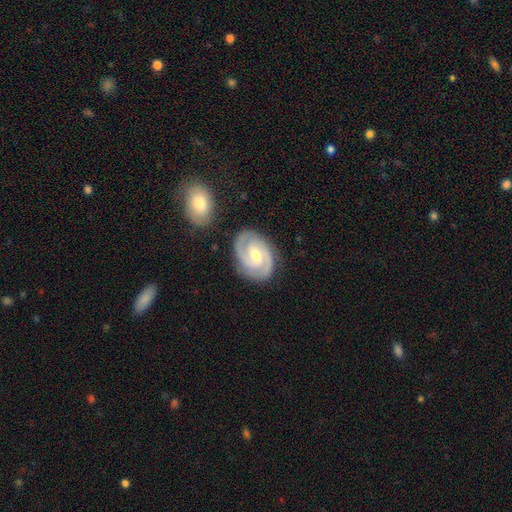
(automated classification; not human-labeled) Morphology: type=featured or disk (89%); edge-on=no (97%); bar=weak (52%); spiral arms=yes (98%); winding=tight (55%); arm count=2 (89%); bulge=moderate (62%); merging=none (83%).